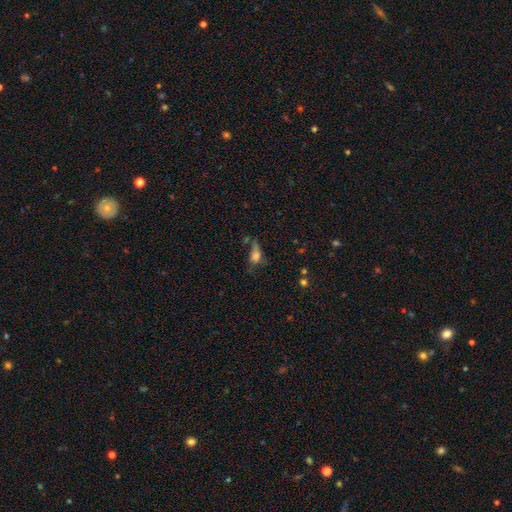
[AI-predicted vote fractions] Q: Smooth or featured?
A: smooth (63%); runner-up: featured or disk (20%)
Q: How rounded?
A: in between (70%); runner-up: cigar-shaped (16%)
Q: Merging?
A: major disturbance (31%); tied with: none (31%)